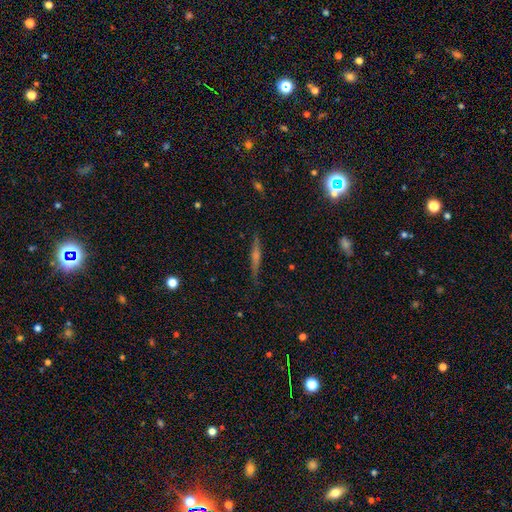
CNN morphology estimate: featured or disk 63%, smooth 23%, star or artifact 13%. Down the decision tree: edge-on disk — yes (96%); edge-on bulge — rounded (65%); merging — none (87%).